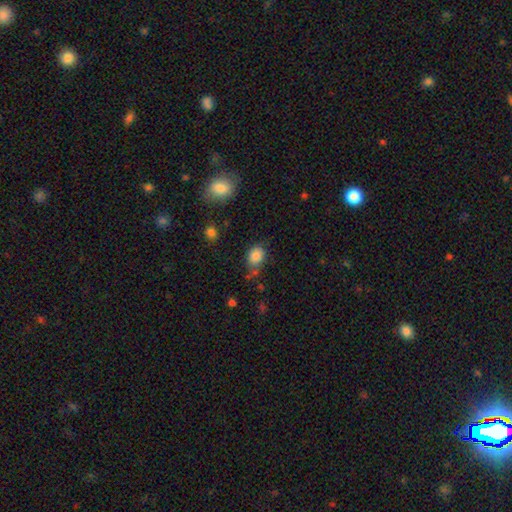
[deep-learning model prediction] smooth 85%, star or artifact 10%, featured or disk 5%. Down the decision tree: how rounded — in between (62%); merging — none (64%).